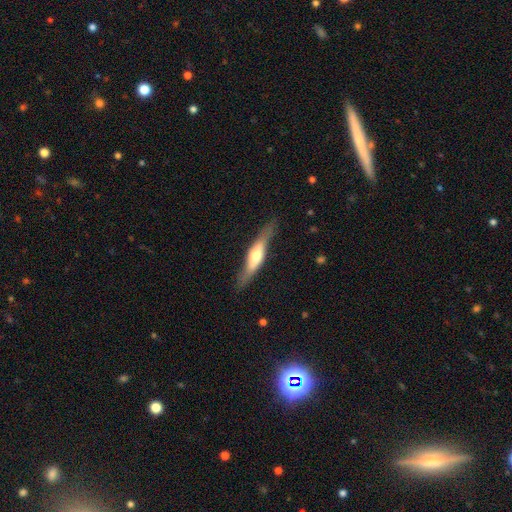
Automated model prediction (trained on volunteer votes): This appears to be a featured or disk galaxy (57%) viewed edge-on (86%). Merging: none (79%).